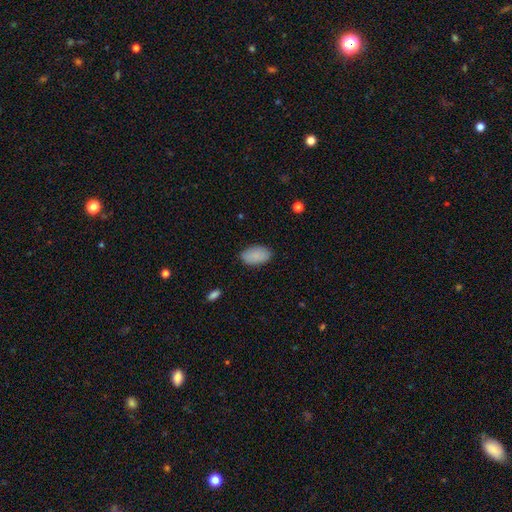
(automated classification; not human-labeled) Smooth or featured? smooth (89%)
How rounded? in between (94%)
Merging? none (86%)